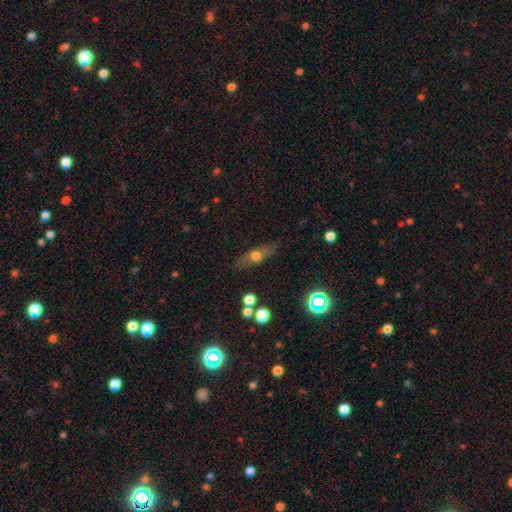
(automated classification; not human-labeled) Smooth or featured: smooth — 53% (featured or disk — 37%)
How rounded: in between — 51% (cigar-shaped — 39%)
Merging: none — 79% (minor disturbance — 14%)